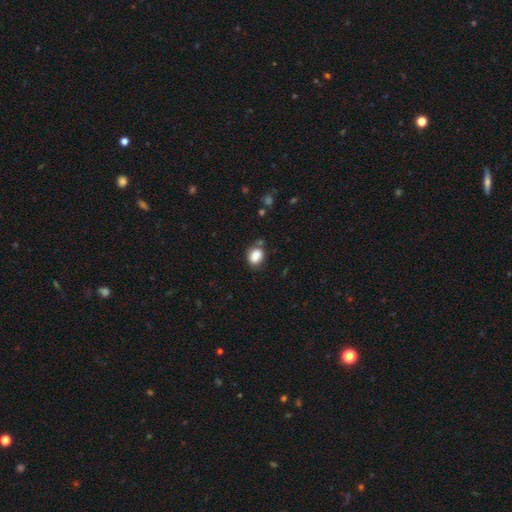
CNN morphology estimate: smooth 86%, star or artifact 9%, featured or disk 5%. Down the decision tree: how rounded — in between (54%); merging — none (71%).